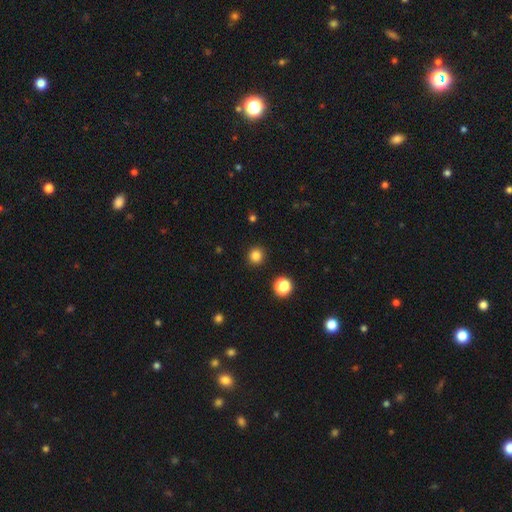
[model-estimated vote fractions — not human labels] A smooth galaxy with no disk features (83%) that is round (93%).

Vote fractions:
- Smooth or featured? smooth: 83% / star or artifact: 13% / featured or disk: 4%
- How rounded? round: 93% / in between: 6% / cigar-shaped: 1%
- Merging? none: 93% / minor disturbance: 4% / major disturbance: 2% / merger: 1%